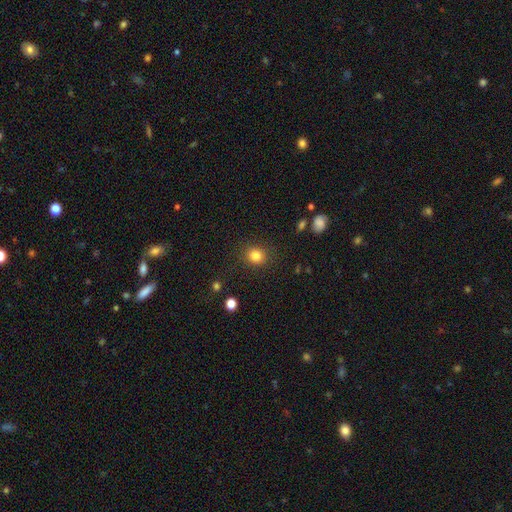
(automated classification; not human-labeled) Q: Smooth or featured?
A: smooth (83%); runner-up: star or artifact (12%)
Q: How rounded?
A: round (77%); runner-up: in between (22%)
Q: Merging?
A: none (87%); runner-up: minor disturbance (9%)